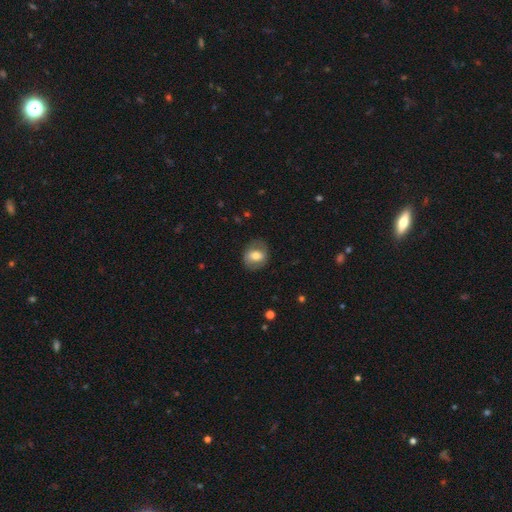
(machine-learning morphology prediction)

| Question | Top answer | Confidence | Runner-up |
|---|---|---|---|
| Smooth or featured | smooth | 62% | featured or disk (31%) |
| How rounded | round | 52% | in between (47%) |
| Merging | none | 77% | minor disturbance (15%) |